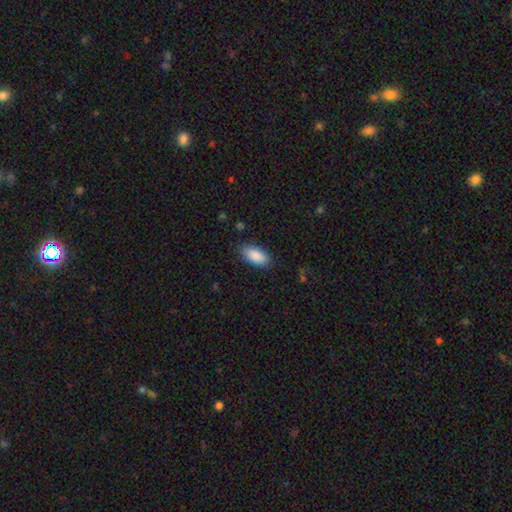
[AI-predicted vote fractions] smooth_or_featured: smooth (p=0.89) [alt: star or artifact p=0.06]
how_rounded: in between (p=0.92) [alt: cigar-shaped p=0.05]
merging: none (p=0.84) [alt: minor disturbance p=0.12]